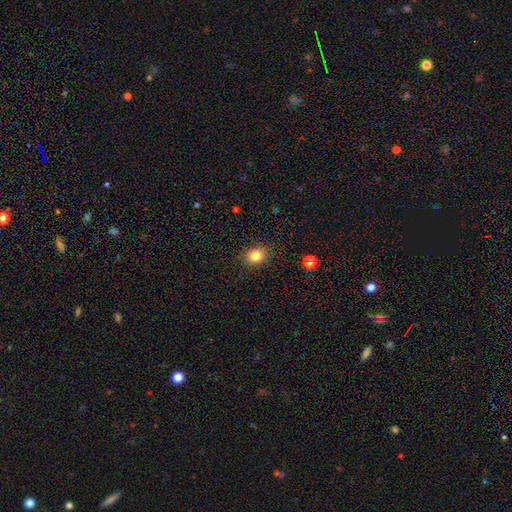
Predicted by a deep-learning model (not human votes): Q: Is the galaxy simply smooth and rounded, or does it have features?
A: smooth — 84%.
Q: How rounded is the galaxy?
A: round — 51%.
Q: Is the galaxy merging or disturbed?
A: none — 87%.